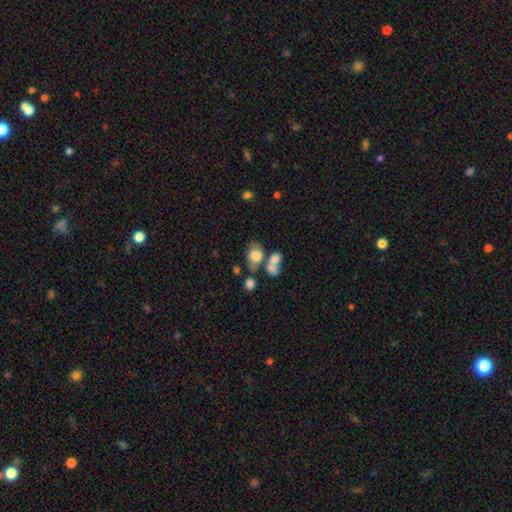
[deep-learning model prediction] The model was most divided on "merging": merger: 41%, none: 33%, minor disturbance: 15%, major disturbance: 11%. More confident: how rounded — in between (80%); smooth or featured — smooth (69%).